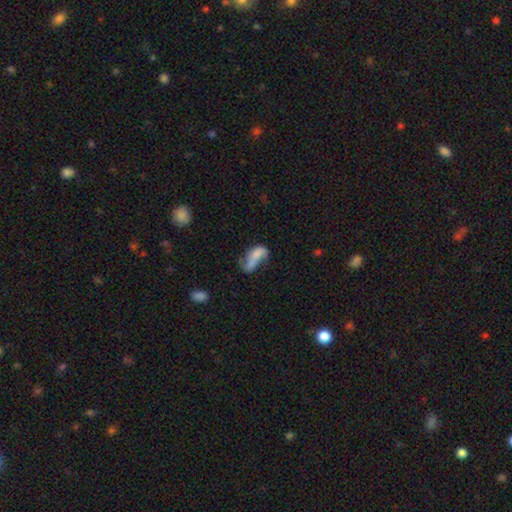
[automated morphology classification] Smooth or featured? Predicted: smooth (p=0.58). How rounded? Predicted: in between (p=0.83). Merging? Predicted: merger (p=0.31).